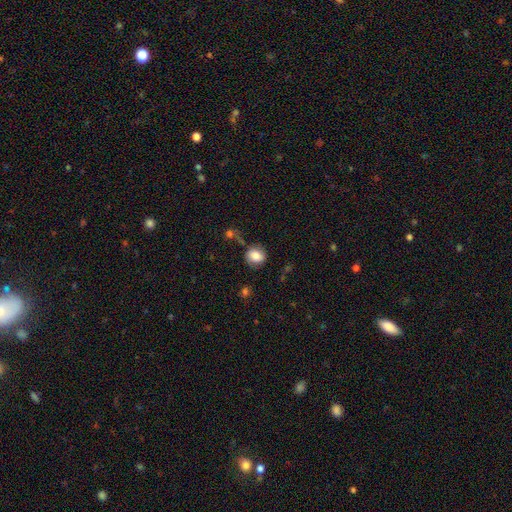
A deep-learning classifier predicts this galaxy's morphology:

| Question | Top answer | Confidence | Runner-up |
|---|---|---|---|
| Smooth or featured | smooth | 79% | featured or disk (12%) |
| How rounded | round | 72% | in between (27%) |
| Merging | none | 69% | minor disturbance (19%) |